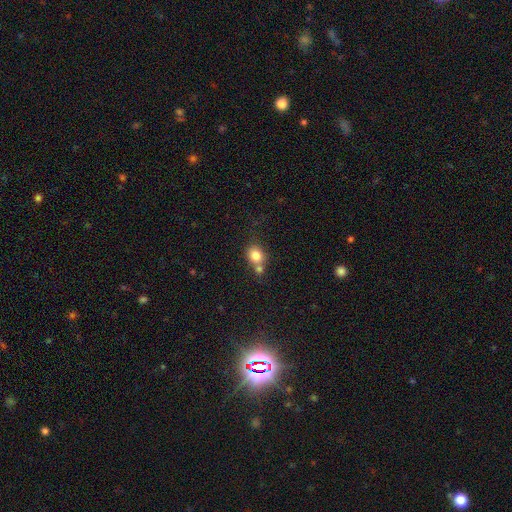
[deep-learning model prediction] smooth_or_featured: smooth (p=0.80) [alt: star or artifact p=0.10]
how_rounded: round (p=0.70) [alt: in between p=0.29]
merging: none (p=0.44) [alt: merger p=0.42]